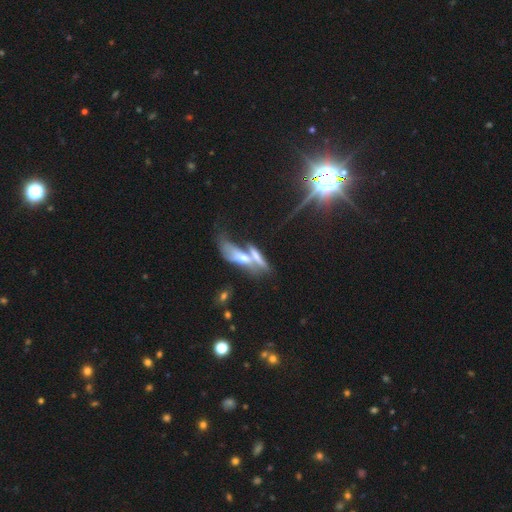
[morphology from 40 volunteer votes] Smooth or featured? 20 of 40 (50%) said smooth. How rounded? 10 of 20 (50%, tied with cigar-shaped) said in between. Merging? 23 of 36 (64%) said merger.